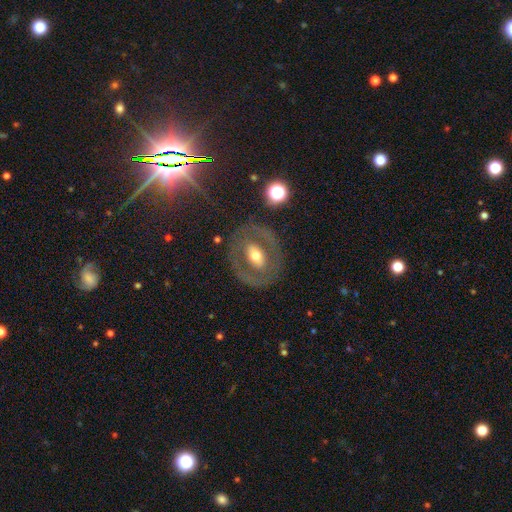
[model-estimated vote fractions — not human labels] This appears to be a featured or disk galaxy (60%) with no bar (48%), no spiral arms (77%) and a moderate central bulge (65%). Merging: none (77%).